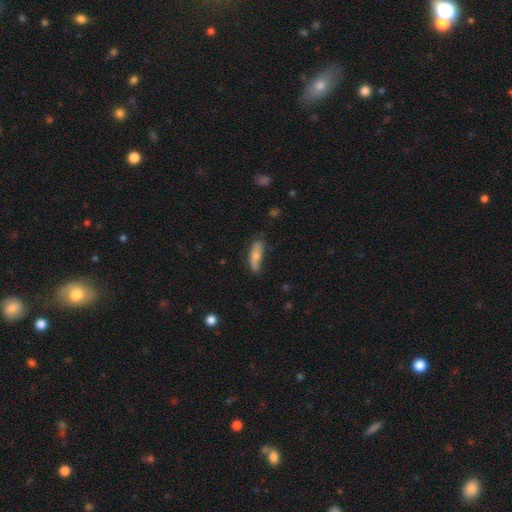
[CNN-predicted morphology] smooth-or-featured: smooth: 72% | featured or disk: 22% | star or artifact: 6%
  how-rounded: in between: 50% | cigar-shaped: 47% | round: 2%
  merging: none: 59% | minor disturbance: 30% | major disturbance: 8% | merger: 3%